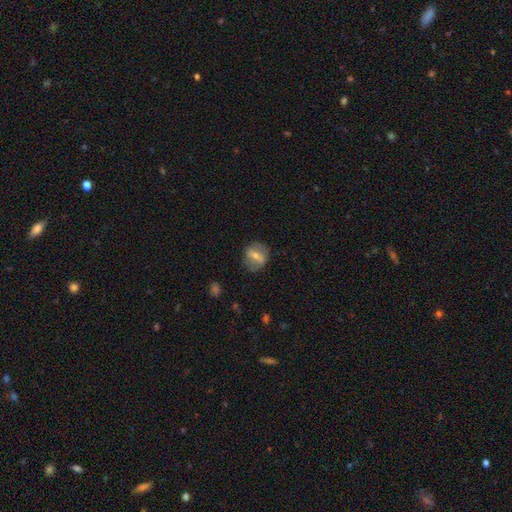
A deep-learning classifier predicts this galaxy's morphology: featured or disk 49%, smooth 40%, star or artifact 11%. Down the decision tree: merging — none (80%).